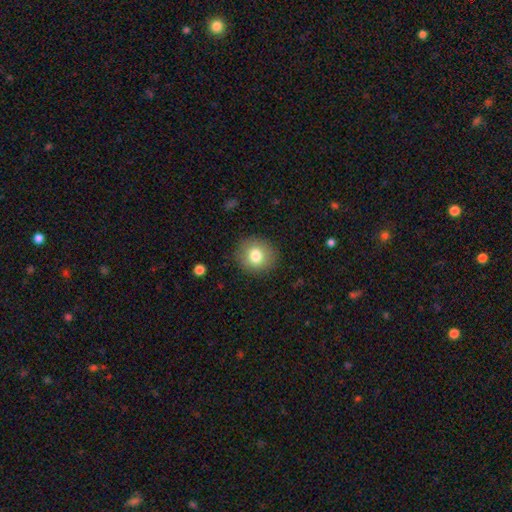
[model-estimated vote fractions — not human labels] This appears to be a smooth galaxy with no disk features (79%) that is round (86%). Merging: none (88%).